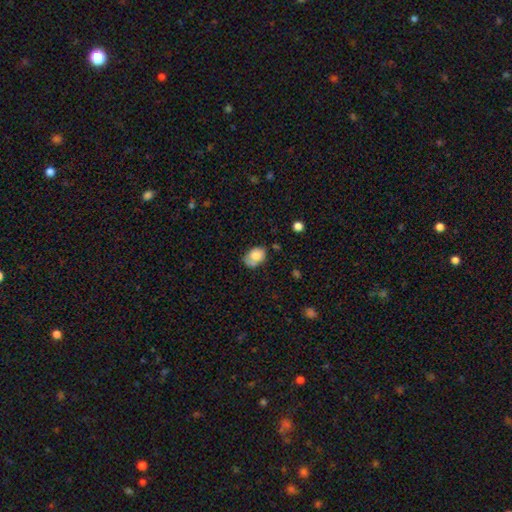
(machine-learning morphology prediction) smooth 76%, featured or disk 16%, star or artifact 8%. Down the decision tree: how rounded — in between (70%); merging — none (44%).